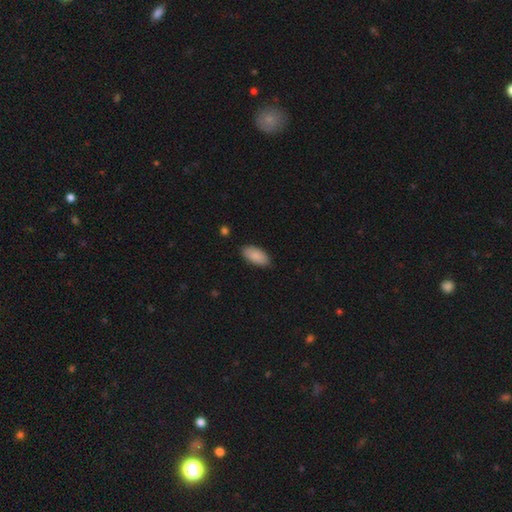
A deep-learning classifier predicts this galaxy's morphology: type=smooth (89%); roundness=in between (93%); merging=none (86%).